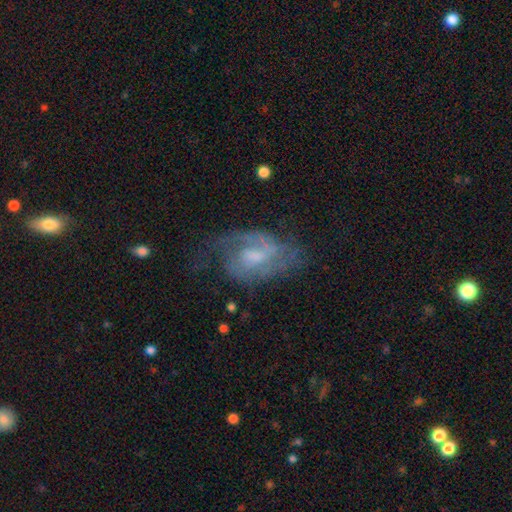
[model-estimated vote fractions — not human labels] A featured or disk galaxy (73%) with a weak bar (47%), 2 (44%) medium (45%) spiral arms (84%) and a moderate central bulge (38%).

Vote fractions:
- Smooth or featured? featured or disk: 73% / smooth: 19% / star or artifact: 8%
- Edge-on disk? no: 96% / yes: 4%
- Bar? weak: 47% / no: 44% / strong: 9%
- Spiral arms? yes: 84% / no: 16%
- Spiral winding? medium: 45% / tight: 30% / loose: 25%
- Spiral arm count? 2: 44% / can't tell: 23% / 1: 22% / 3: 6% / 4: 2% / more than 4: 2%
- Bulge size? moderate: 38% / small: 31% / none: 22% / large: 8% / dominant: 1%
- Merging? none: 47% / major disturbance: 27% / minor disturbance: 24% / merger: 3%